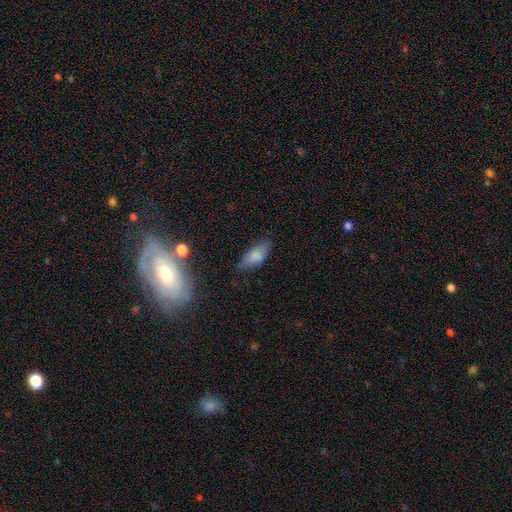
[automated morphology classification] Smooth or featured? smooth (73%)
How rounded? in between (81%)
Merging? none (57%)